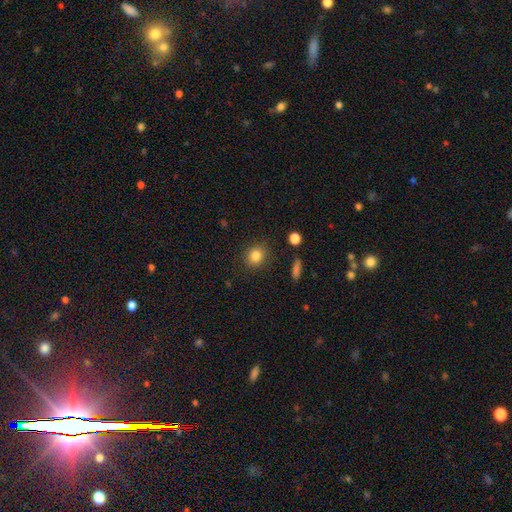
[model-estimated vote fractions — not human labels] Smooth or featured?
  - smooth: 84% *
  - star or artifact: 10%
  - featured or disk: 6%
How rounded?
  - round: 74% *
  - in between: 25%
  - cigar-shaped: 1%
Merging?
  - none: 87% *
  - minor disturbance: 9%
  - major disturbance: 3%
  - merger: 2%